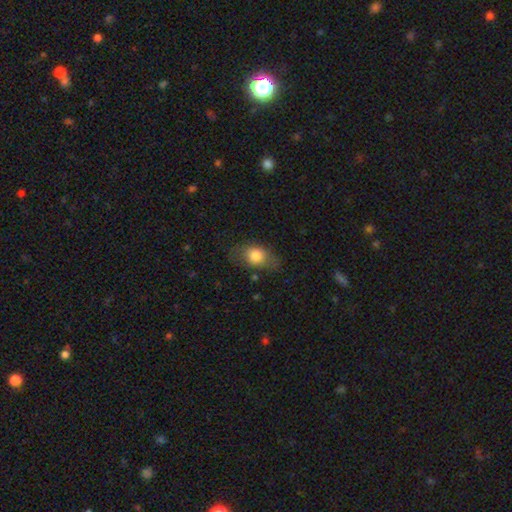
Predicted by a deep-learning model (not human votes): Morphology: type=smooth (78%); roundness=in between (77%); merging=none (71%).